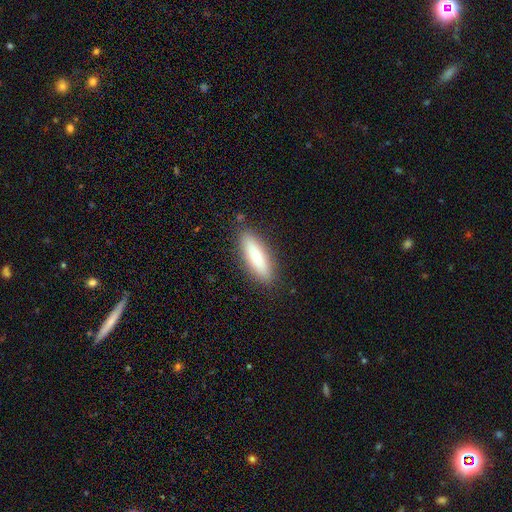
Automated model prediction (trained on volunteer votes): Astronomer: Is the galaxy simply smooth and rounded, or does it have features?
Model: smooth — 82%.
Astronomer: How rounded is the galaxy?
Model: cigar-shaped — 60% (runner-up: in between, 38%).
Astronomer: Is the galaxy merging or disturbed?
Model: none — 88%.